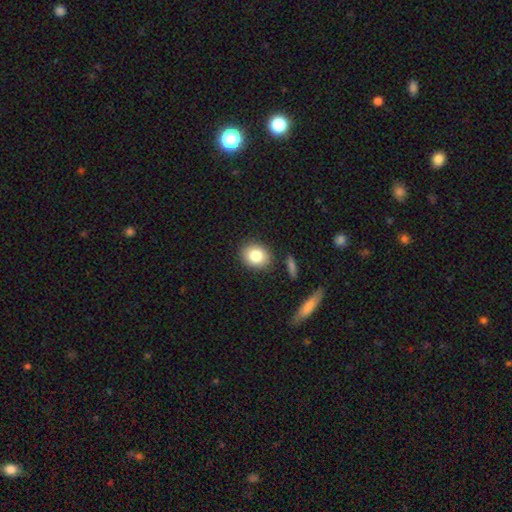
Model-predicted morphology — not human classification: A smooth galaxy with no disk features (81%) that is round (56%).

Vote fractions:
- Smooth or featured? smooth: 81% / featured or disk: 10% / star or artifact: 9%
- How rounded? round: 56% / in between: 42% / cigar-shaped: 1%
- Merging? none: 85% / minor disturbance: 9% / merger: 3% / major disturbance: 3%